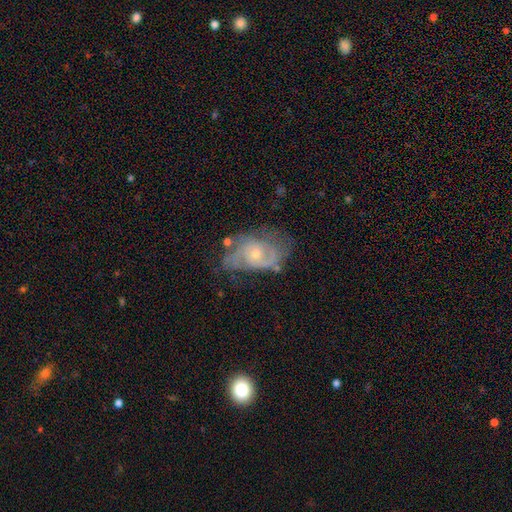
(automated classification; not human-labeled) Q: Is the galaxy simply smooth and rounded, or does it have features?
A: featured or disk — 77%.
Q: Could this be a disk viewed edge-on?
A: no — 96%.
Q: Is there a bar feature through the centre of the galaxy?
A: no — 71%.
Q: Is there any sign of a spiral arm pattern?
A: yes — 89%.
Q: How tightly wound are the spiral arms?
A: tight — 42%.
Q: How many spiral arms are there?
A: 2 — 49%.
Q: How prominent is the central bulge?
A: small — 55%.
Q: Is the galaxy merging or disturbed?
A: none — 58%.